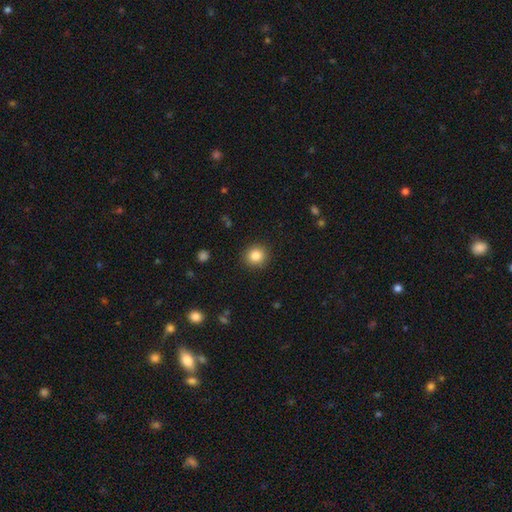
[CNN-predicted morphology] Smooth or featured? smooth (84%)
How rounded? round (90%)
Merging? none (90%)